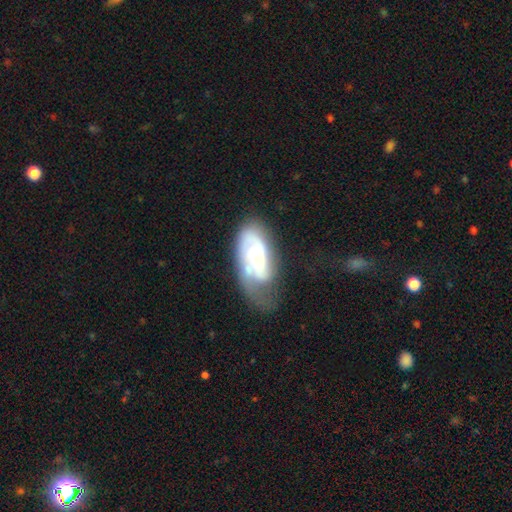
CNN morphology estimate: A featured or disk galaxy (62%) with no bar (57%), spiral arms (78%) and a small central bulge (39%).

Vote fractions:
- Smooth or featured? featured or disk: 62% / smooth: 31% / star or artifact: 7%
- Edge-on disk? no: 94% / yes: 6%
- Bar? no: 57% / weak: 30% / strong: 13%
- Spiral arms? yes: 78% / no: 22%
- Bulge size? small: 39% / none: 24% / moderate: 22% / large: 10% / dominant: 4%
- Merging? major disturbance: 35% / none: 32% / minor disturbance: 27% / merger: 7%